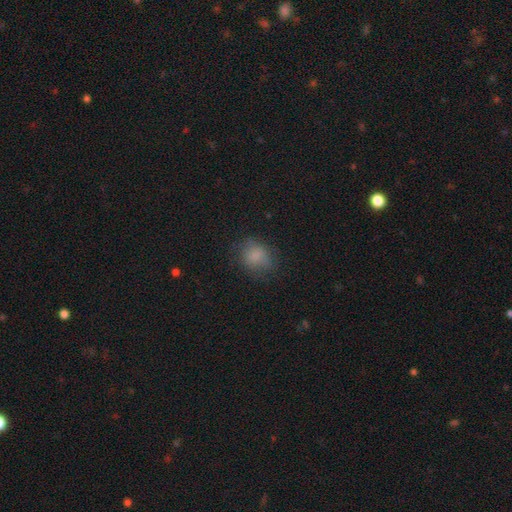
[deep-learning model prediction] This is clearly a smooth galaxy (81%). How rounded: possibly round (59%). Merging: likely none (70%).